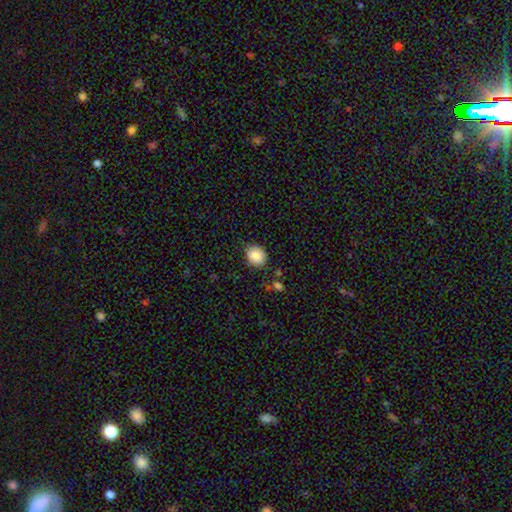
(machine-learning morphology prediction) This is clearly a smooth galaxy (87%). How rounded: likely round (67%). Merging: likely none (80%).